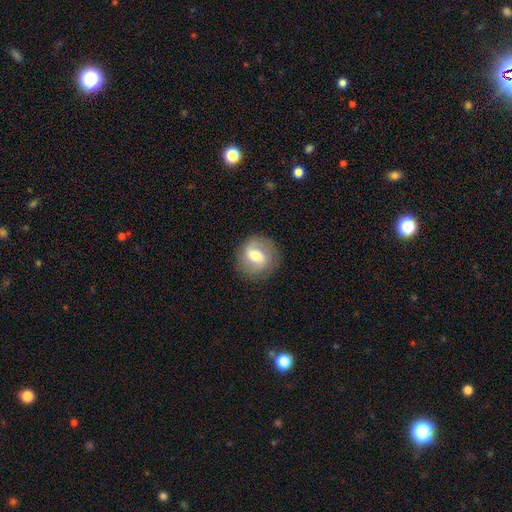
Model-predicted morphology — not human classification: type=smooth (48%); merging=none (83%).